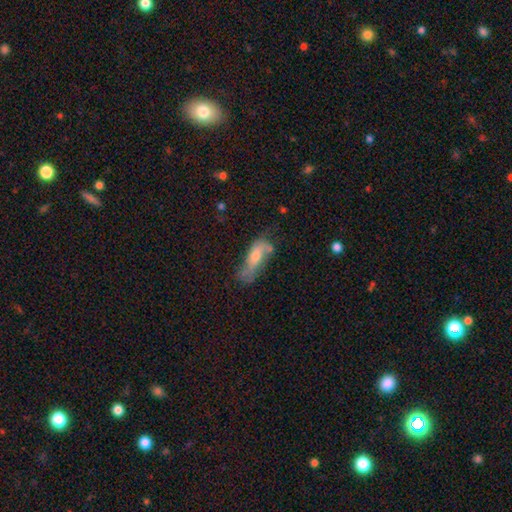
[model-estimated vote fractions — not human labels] smooth_or_featured: smooth (p=0.52) [alt: featured or disk p=0.40]
how_rounded: in between (p=0.61) [alt: cigar-shaped p=0.36]
merging: none (p=0.40) [alt: minor disturbance p=0.31]